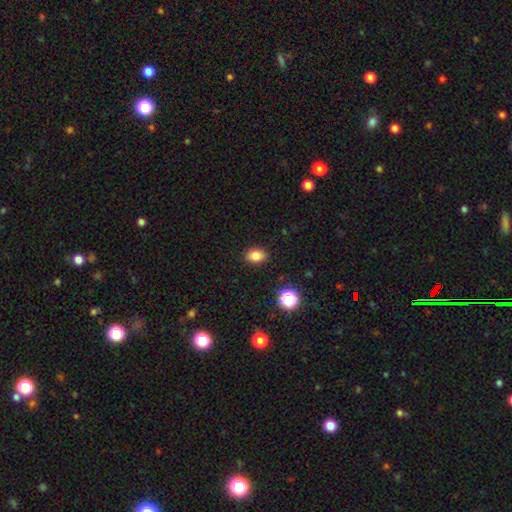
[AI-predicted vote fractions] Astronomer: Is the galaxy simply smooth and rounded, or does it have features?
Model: smooth — 83%.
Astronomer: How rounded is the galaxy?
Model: in between — 75%.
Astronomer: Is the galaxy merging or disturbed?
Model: none — 88%.